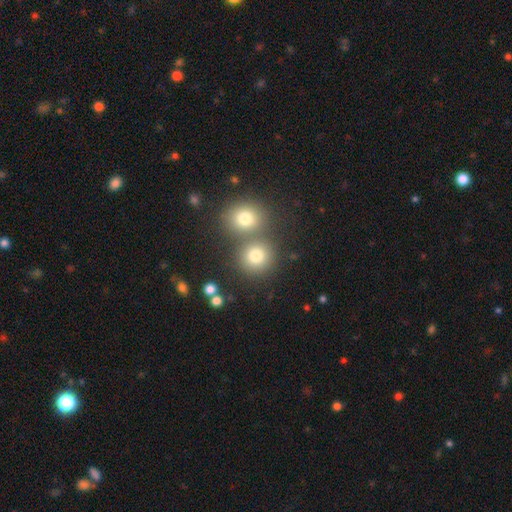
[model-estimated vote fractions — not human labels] This is likely a smooth galaxy (77%). How rounded: clearly round (87%). Merging: likely none (60%).